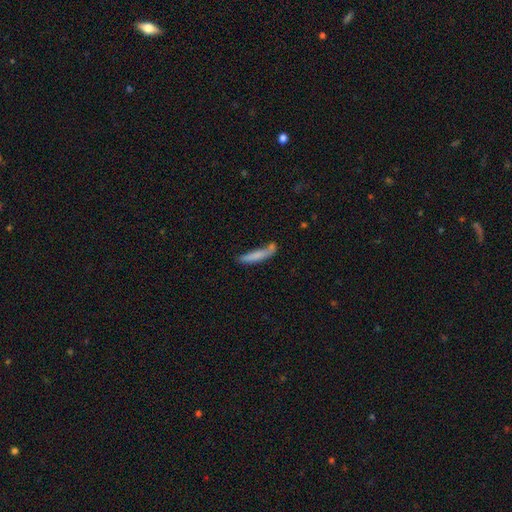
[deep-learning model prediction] smooth_or_featured: smooth (p=0.73) [alt: featured or disk p=0.20]
how_rounded: cigar-shaped (p=0.84) [alt: in between p=0.14]
merging: none (p=0.53) [alt: minor disturbance p=0.21]